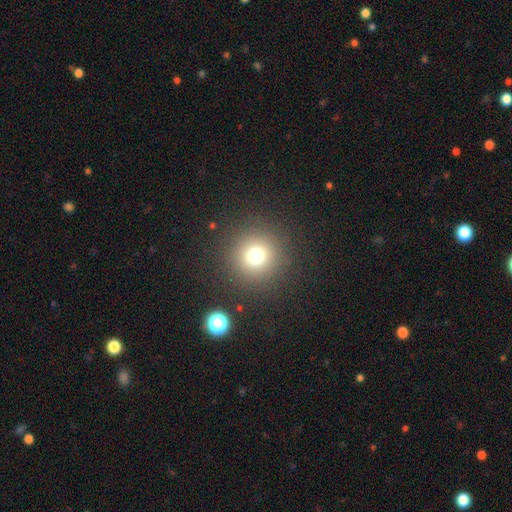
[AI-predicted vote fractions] Overall: smooth (72%). How rounded: round (95%). Merging: none (89%).